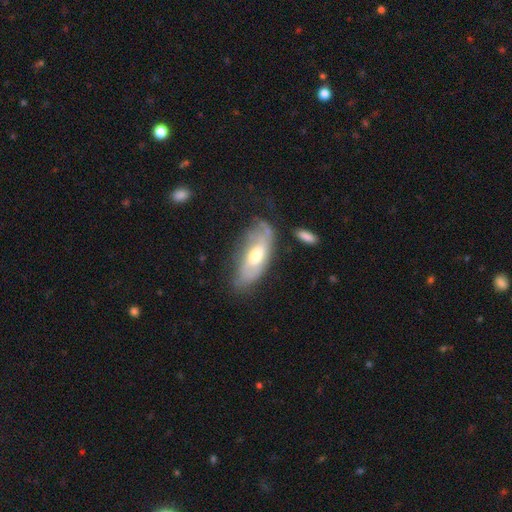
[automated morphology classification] Smooth or featured? featured or disk (51%)
Edge-on disk? no (77%)
Merging? none (59%)